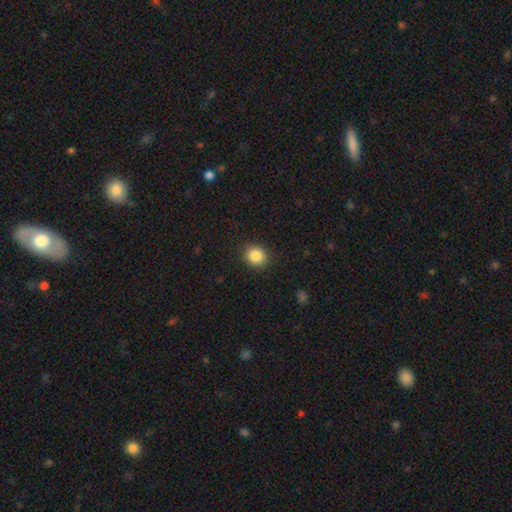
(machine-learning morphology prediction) Overall: smooth (86%). How rounded: round (80%). Merging: none (90%).